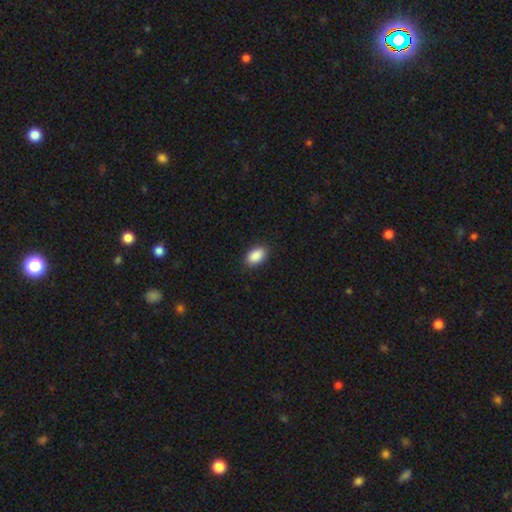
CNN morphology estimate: Overall: smooth (90%). How rounded: in between (91%). Merging: none (88%).